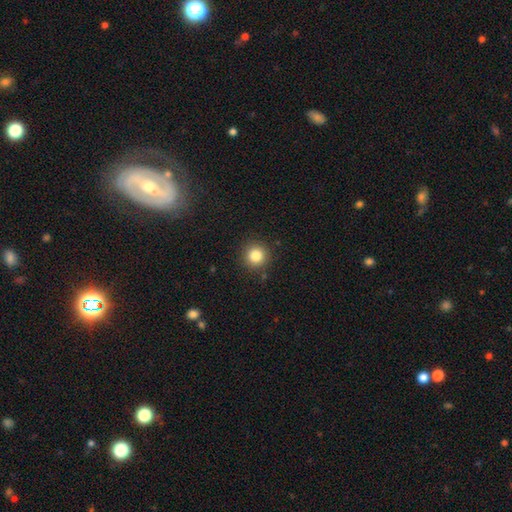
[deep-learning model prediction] Smooth or featured? Predicted: smooth (p=0.83). How rounded? Predicted: round (p=0.94). Merging? Predicted: none (p=0.89).